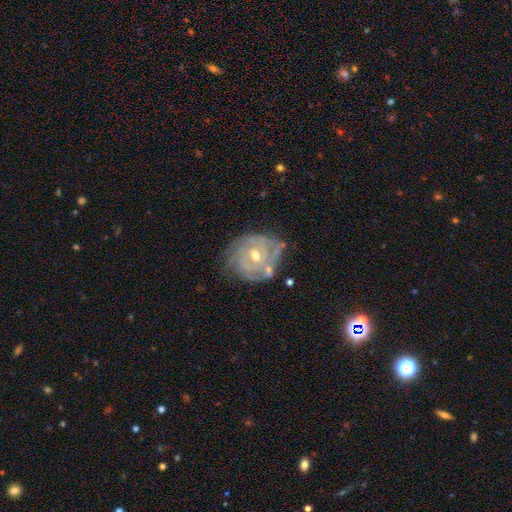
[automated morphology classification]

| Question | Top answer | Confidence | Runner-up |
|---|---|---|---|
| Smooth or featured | featured or disk | 84% | smooth (10%) |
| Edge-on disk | no | 97% | yes (3%) |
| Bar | no | 63% | weak (30%) |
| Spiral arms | yes | 91% | no (9%) |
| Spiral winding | tight | 76% | medium (19%) |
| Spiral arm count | can't tell | 38% | 2 (24%) |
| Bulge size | moderate | 60% | small (37%) |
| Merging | none | 59% | minor disturbance (25%) |